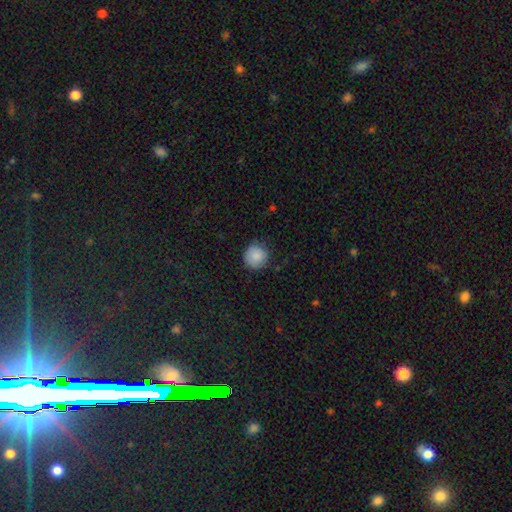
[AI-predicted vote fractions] smooth-or-featured: smooth: 87% | star or artifact: 8% | featured or disk: 5%
  how-rounded: round: 94% | in between: 5% | cigar-shaped: 1%
  merging: none: 84% | minor disturbance: 12% | major disturbance: 3% | merger: 1%